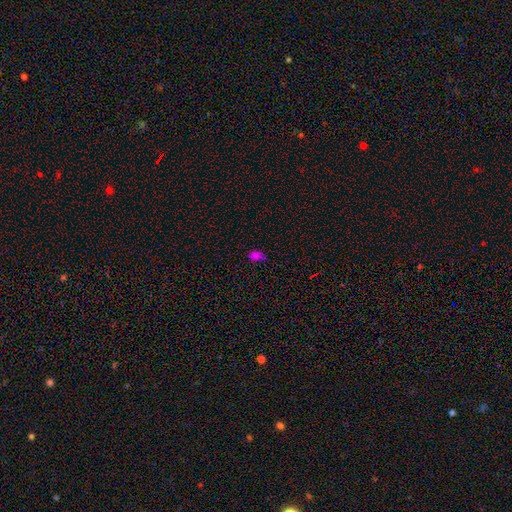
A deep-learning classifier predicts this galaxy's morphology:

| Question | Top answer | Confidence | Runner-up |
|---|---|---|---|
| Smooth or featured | smooth | 71% | star or artifact (24%) |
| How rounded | in between | 65% | round (33%) |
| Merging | none | 61% | minor disturbance (24%) |